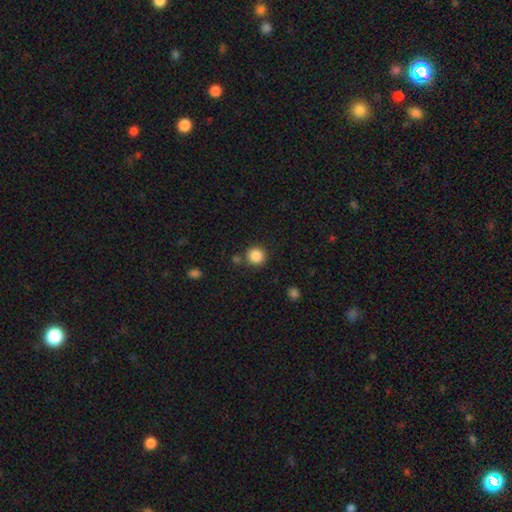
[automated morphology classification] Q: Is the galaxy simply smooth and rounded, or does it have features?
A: smooth — 87%.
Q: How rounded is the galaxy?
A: round — 94%.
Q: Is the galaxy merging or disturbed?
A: none — 84%.